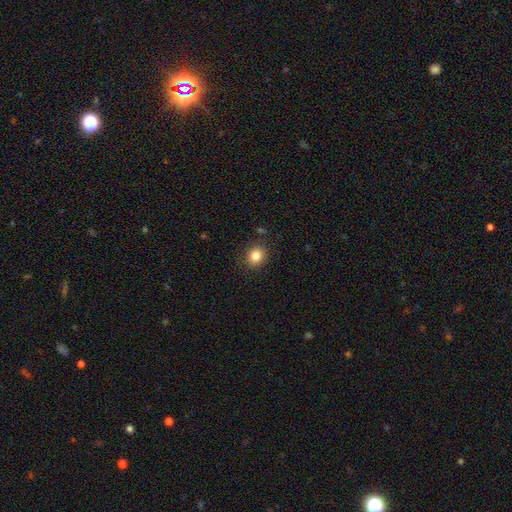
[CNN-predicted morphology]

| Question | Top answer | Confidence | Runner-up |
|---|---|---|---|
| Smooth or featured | smooth | 84% | star or artifact (10%) |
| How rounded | round | 73% | in between (26%) |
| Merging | none | 87% | minor disturbance (9%) |